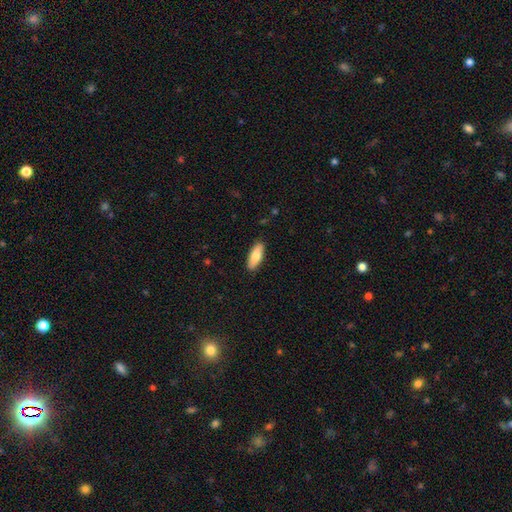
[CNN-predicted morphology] A smooth galaxy with no disk features (80%) that is in between round and cigar-shaped (65%). Merging: none (88%).